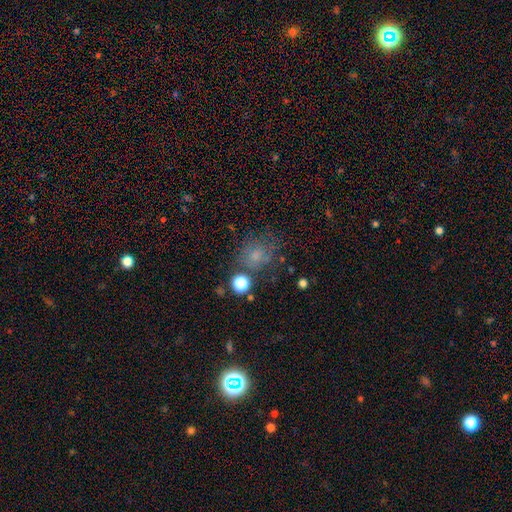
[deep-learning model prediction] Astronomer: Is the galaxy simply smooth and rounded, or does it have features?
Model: smooth — 64%.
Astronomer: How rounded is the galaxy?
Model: round — 75%.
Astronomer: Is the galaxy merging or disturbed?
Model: none — 61%.